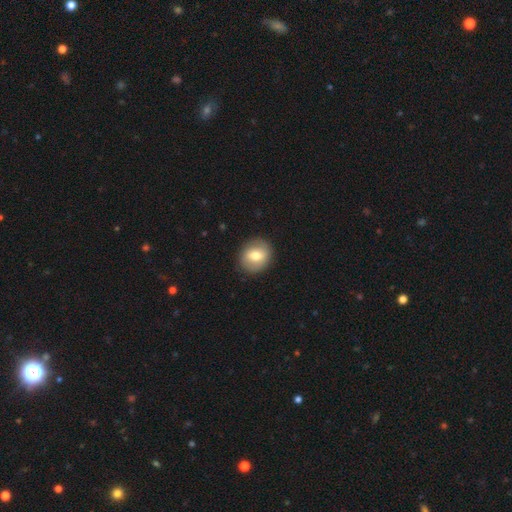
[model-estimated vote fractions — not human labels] Smooth or featured?
  - smooth: 69% *
  - featured or disk: 23%
  - star or artifact: 8%
How rounded?
  - round: 73% *
  - in between: 26%
  - cigar-shaped: 1%
Merging?
  - none: 88% *
  - minor disturbance: 8%
  - major disturbance: 2%
  - merger: 1%